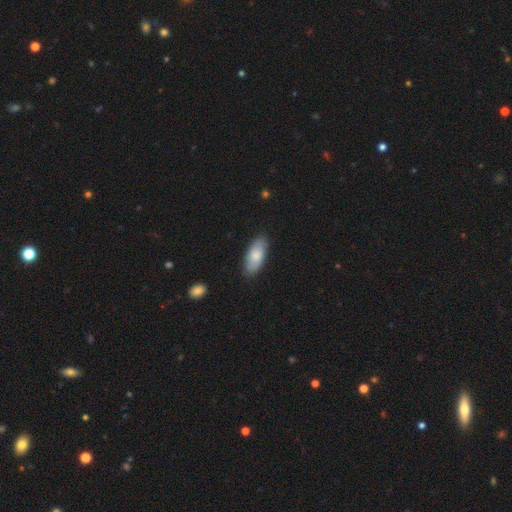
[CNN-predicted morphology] Smooth or featured? Predicted: smooth (p=0.77). How rounded? Predicted: in between (p=0.87). Merging? Predicted: none (p=0.85).